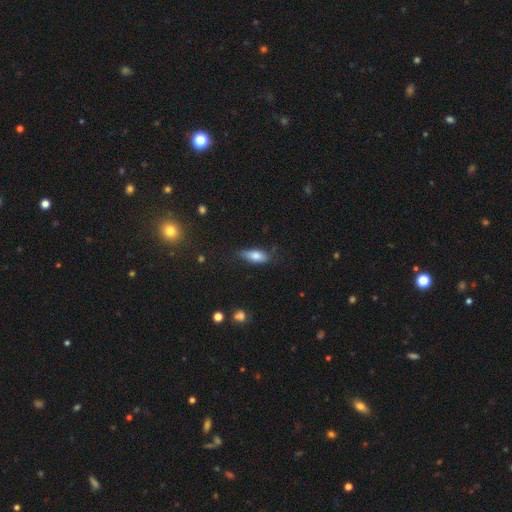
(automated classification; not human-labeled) Smooth or featured: smooth — 75% (featured or disk — 17%)
How rounded: in between — 74% (cigar-shaped — 23%)
Merging: none — 66% (minor disturbance — 26%)